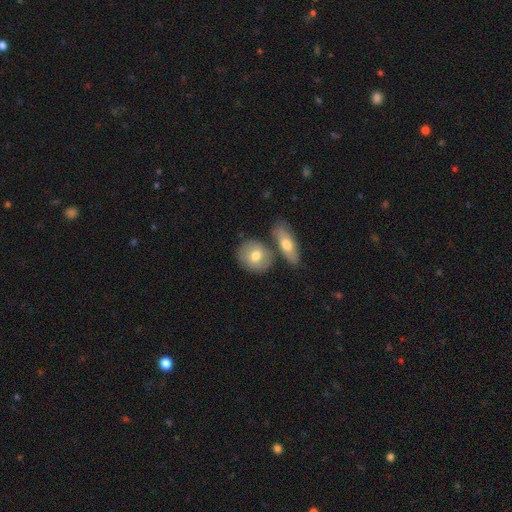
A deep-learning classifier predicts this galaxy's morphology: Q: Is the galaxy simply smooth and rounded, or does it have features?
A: smooth — 69%.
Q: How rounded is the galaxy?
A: round — 64%.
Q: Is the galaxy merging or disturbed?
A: none — 63%.